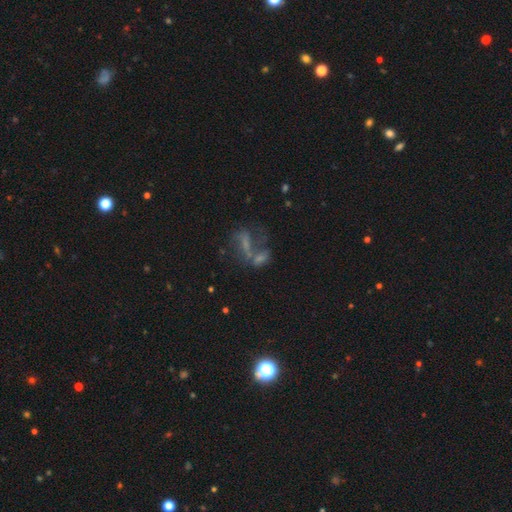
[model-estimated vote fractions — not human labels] Q: Smooth or featured?
A: featured or disk (42%); runner-up: smooth (34%)
Q: Merging?
A: merger (44%); runner-up: none (26%)